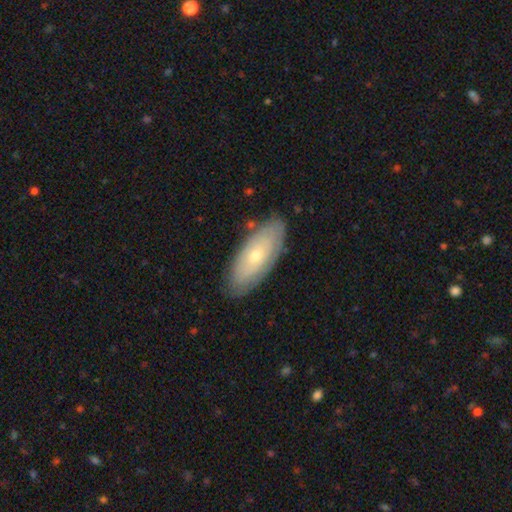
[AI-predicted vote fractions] Overall: featured or disk (50%; smooth 44%). Edge-on disk: no (82%). Merging: none (82%).